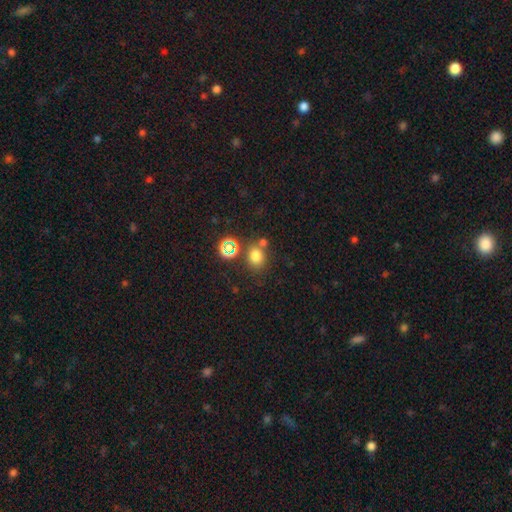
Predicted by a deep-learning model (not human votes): The model was most divided on "how rounded": round: 64%, in between: 35%, cigar-shaped: 1%. More confident: smooth or featured — smooth (72%); merging — none (65%).